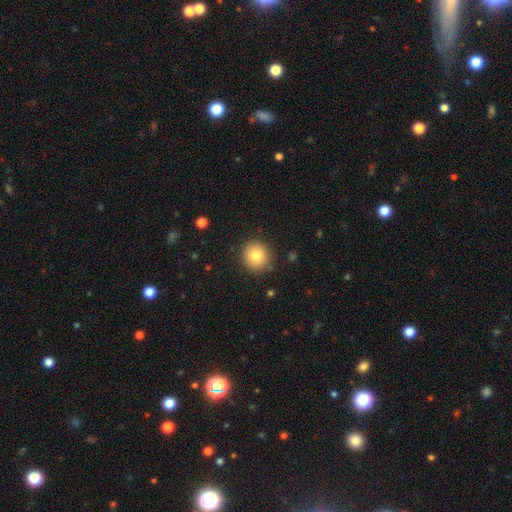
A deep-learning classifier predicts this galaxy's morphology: Q: Smooth or featured?
A: smooth (81%); runner-up: star or artifact (10%)
Q: How rounded?
A: round (92%); runner-up: in between (7%)
Q: Merging?
A: none (89%); runner-up: minor disturbance (8%)